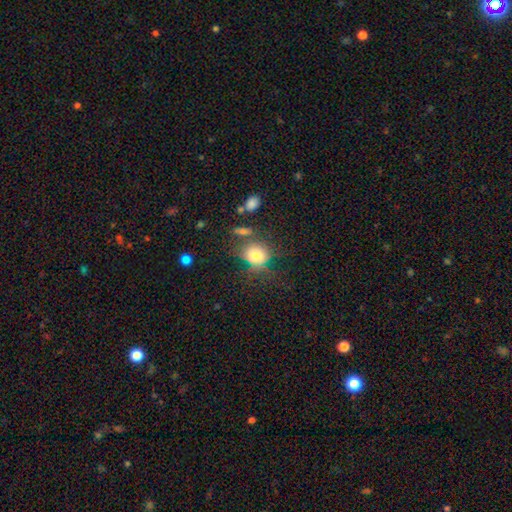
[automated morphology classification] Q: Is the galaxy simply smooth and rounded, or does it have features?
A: smooth — 77%.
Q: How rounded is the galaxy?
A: round — 72%.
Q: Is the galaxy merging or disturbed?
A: none — 57%.